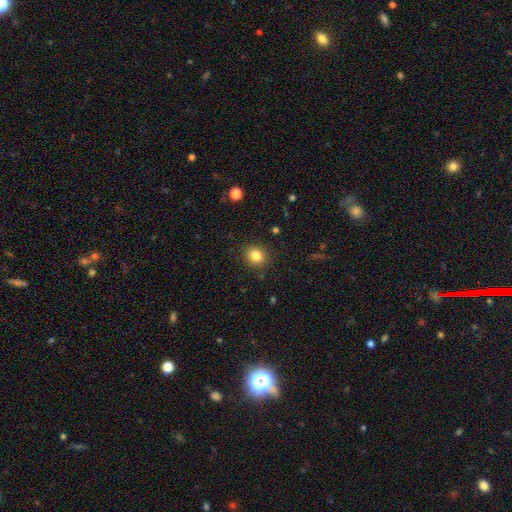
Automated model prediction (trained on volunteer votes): smooth_or_featured: smooth (p=0.84) [alt: star or artifact p=0.11]
how_rounded: round (p=0.75) [alt: in between p=0.25]
merging: none (p=0.88) [alt: minor disturbance p=0.08]